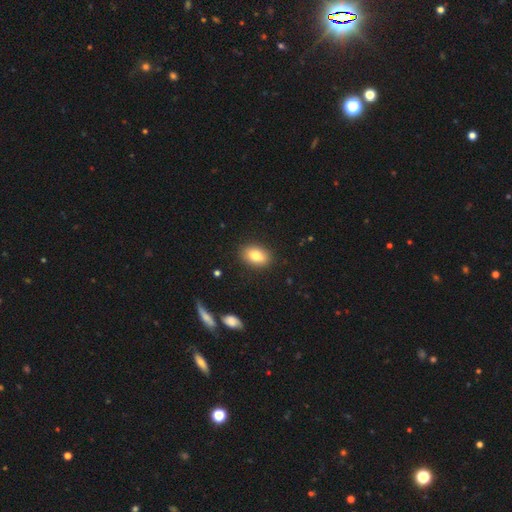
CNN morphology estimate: smooth 81%, featured or disk 11%, star or artifact 8%. Down the decision tree: how rounded — in between (87%); merging — none (88%).